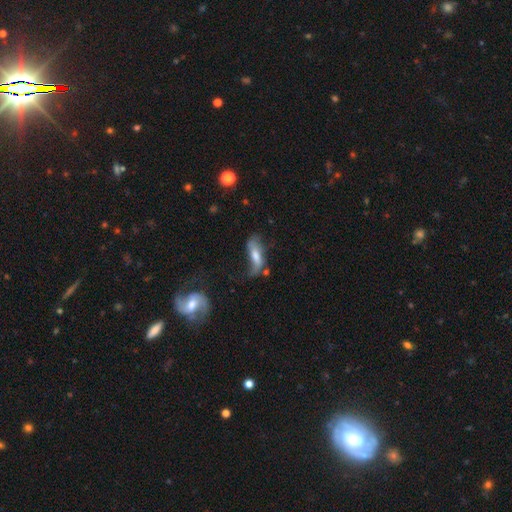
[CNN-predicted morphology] Smooth or featured: smooth — 46% (featured or disk — 45%)
Merging: none — 34% (major disturbance — 30%)